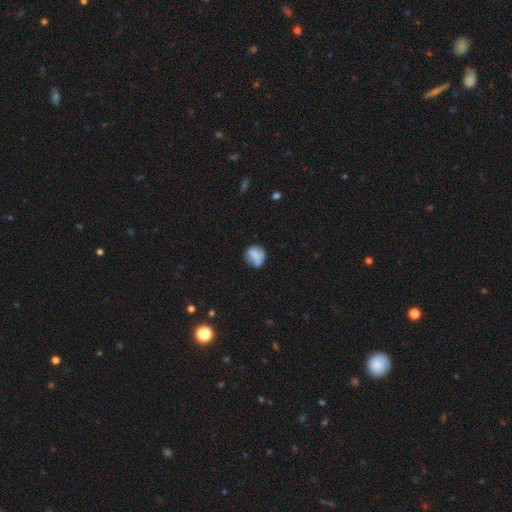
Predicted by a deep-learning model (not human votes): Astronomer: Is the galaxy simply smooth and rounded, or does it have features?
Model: smooth — 75%.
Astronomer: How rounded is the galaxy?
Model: round — 73%.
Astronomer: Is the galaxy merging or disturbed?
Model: none — 60%.